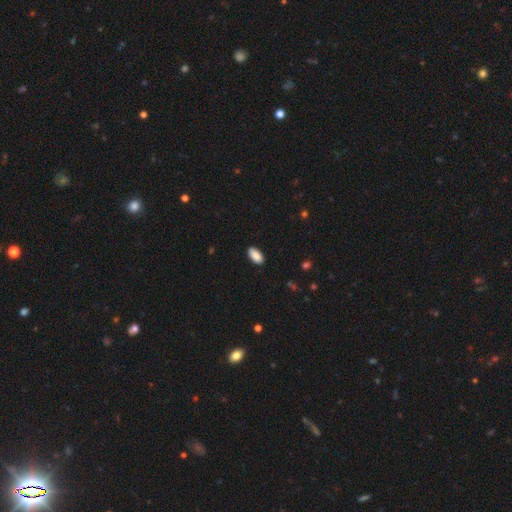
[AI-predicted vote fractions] Smooth or featured: smooth — 90% (star or artifact — 7%)
How rounded: in between — 93% (cigar-shaped — 5%)
Merging: none — 88% (minor disturbance — 9%)